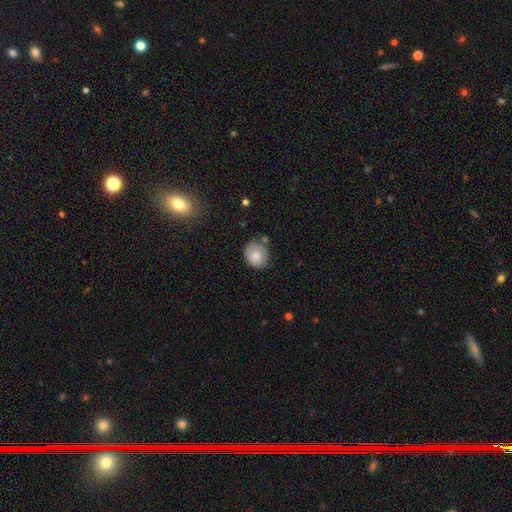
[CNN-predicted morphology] Smooth or featured?
  - smooth: 79% *
  - featured or disk: 13%
  - star or artifact: 8%
How rounded?
  - round: 67% *
  - in between: 33%
  - cigar-shaped: 1%
Merging?
  - none: 72% *
  - minor disturbance: 19%
  - merger: 5%
  - major disturbance: 4%